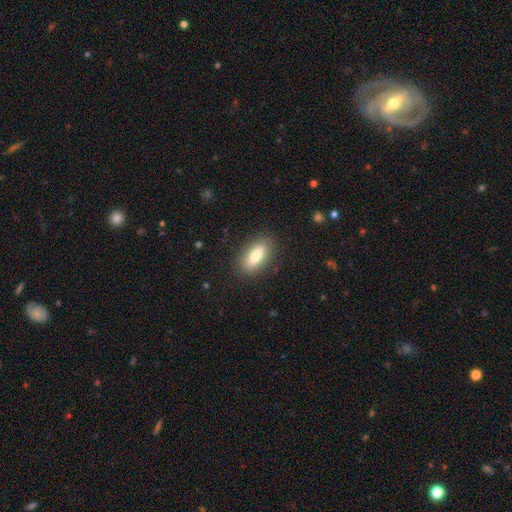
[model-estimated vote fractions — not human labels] Morphology: type=smooth (68%); roundness=in between (77%); merging=none (86%).